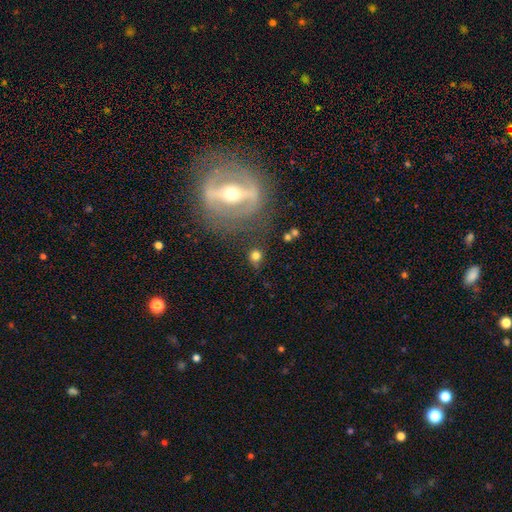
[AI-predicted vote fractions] The model was most divided on "smooth or featured": smooth: 67%, featured or disk: 20%, star or artifact: 13%. More confident: how rounded — round (78%); merging — none (77%).